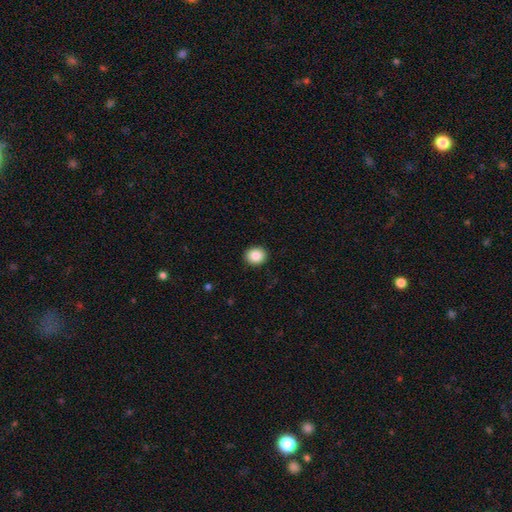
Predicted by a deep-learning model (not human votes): The model was most divided on "how rounded": round: 78%, in between: 21%, cigar-shaped: 1%. More confident: merging — none (92%); smooth or featured — smooth (87%).